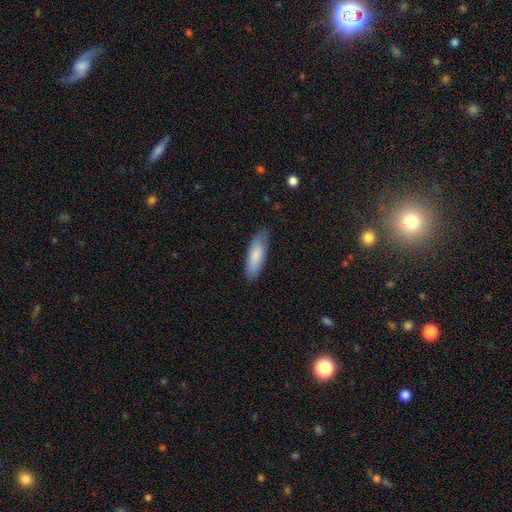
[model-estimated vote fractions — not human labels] smooth-or-featured: smooth: 84% | featured or disk: 11% | star or artifact: 5%
  how-rounded: in between: 53% | cigar-shaped: 45% | round: 1%
  merging: none: 81% | minor disturbance: 15% | major disturbance: 3% | merger: 1%